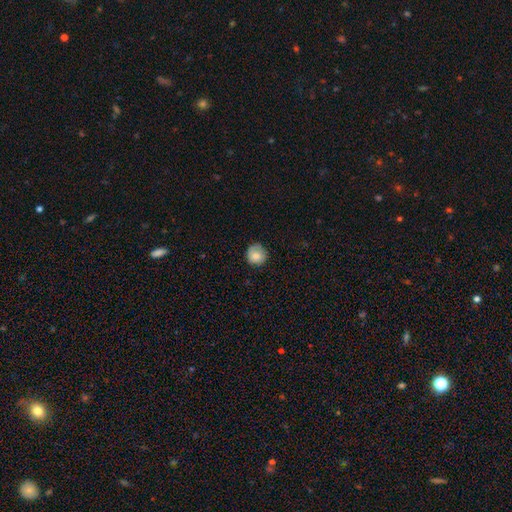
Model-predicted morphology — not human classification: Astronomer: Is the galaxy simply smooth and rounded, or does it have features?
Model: smooth — 81%.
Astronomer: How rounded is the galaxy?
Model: round — 89%.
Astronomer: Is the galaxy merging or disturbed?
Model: none — 70%.